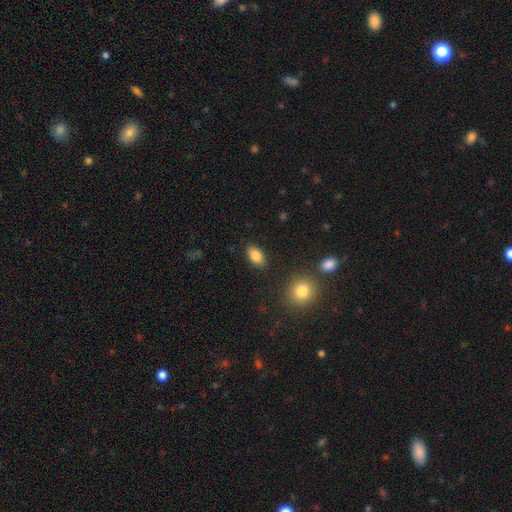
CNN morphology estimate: A smooth galaxy with no disk features (84%) that is in between round and cigar-shaped (91%).

Vote fractions:
- Smooth or featured? smooth: 84% / star or artifact: 8% / featured or disk: 8%
- How rounded? in between: 91% / round: 6% / cigar-shaped: 3%
- Merging? none: 87% / minor disturbance: 9% / major disturbance: 2% / merger: 2%